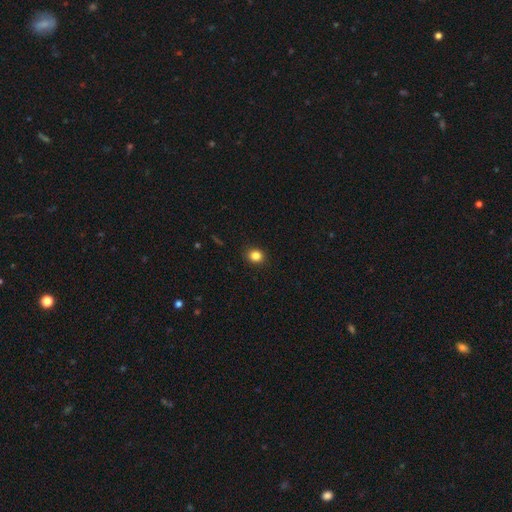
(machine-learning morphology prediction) Q: Smooth or featured?
A: smooth (84%); runner-up: star or artifact (12%)
Q: How rounded?
A: round (77%); runner-up: in between (22%)
Q: Merging?
A: none (91%); runner-up: minor disturbance (7%)